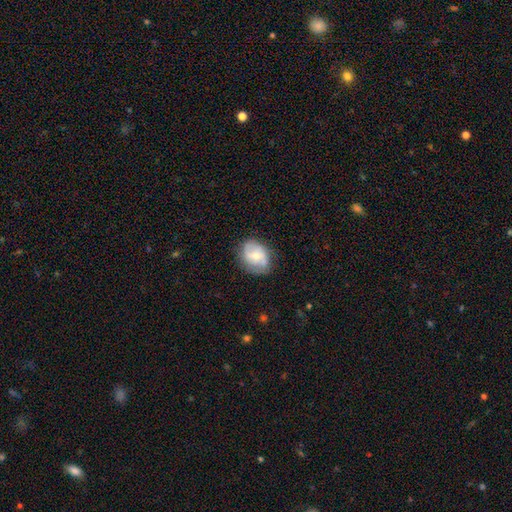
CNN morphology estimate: This appears to be a featured or disk galaxy (48%). Merging: none (73%).